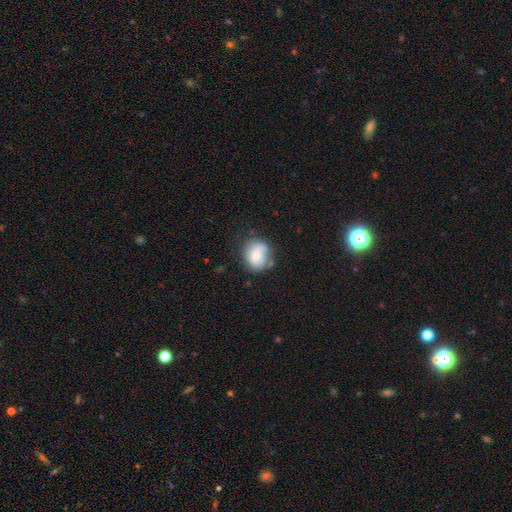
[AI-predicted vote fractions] Smooth or featured: smooth — 65% (featured or disk — 27%)
How rounded: round — 60% (in between — 39%)
Merging: none — 56% (minor disturbance — 27%)